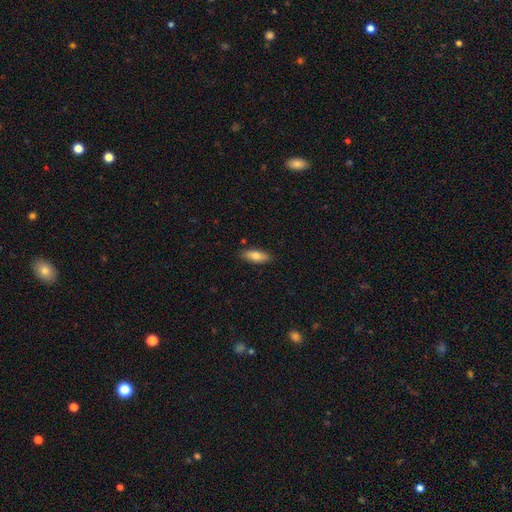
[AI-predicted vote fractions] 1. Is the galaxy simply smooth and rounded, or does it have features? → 79% smooth, 15% featured or disk, 6% star or artifact.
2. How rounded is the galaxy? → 71% in between, 27% cigar-shaped, 2% round.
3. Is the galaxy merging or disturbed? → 86% none, 10% minor disturbance, 2% major disturbance, 1% merger.